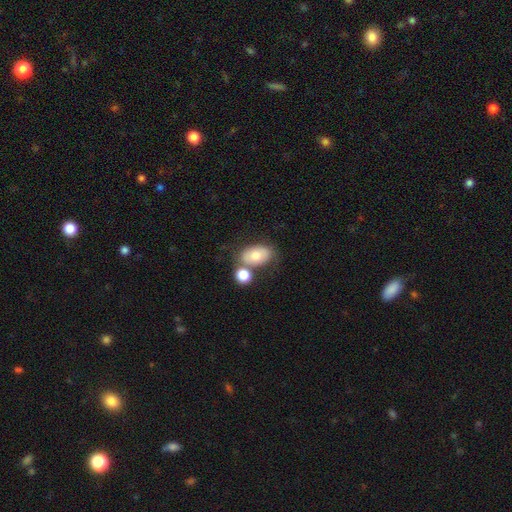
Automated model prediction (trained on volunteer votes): This is likely a smooth galaxy (72%). How rounded: clearly in between (85%). Merging: possibly none (52%).